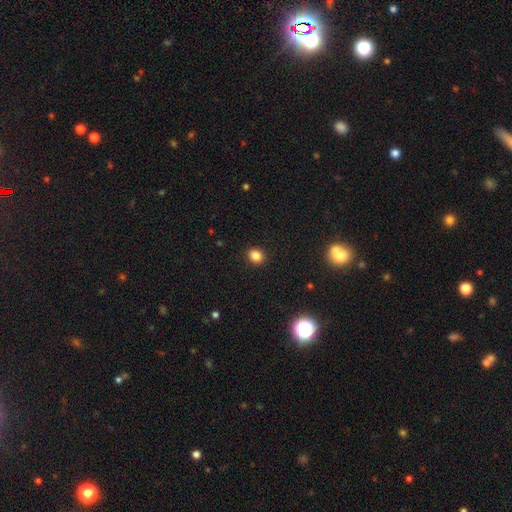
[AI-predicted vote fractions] Smooth or featured: smooth — 84% (star or artifact — 12%)
How rounded: round — 68% (in between — 31%)
Merging: none — 91% (minor disturbance — 6%)